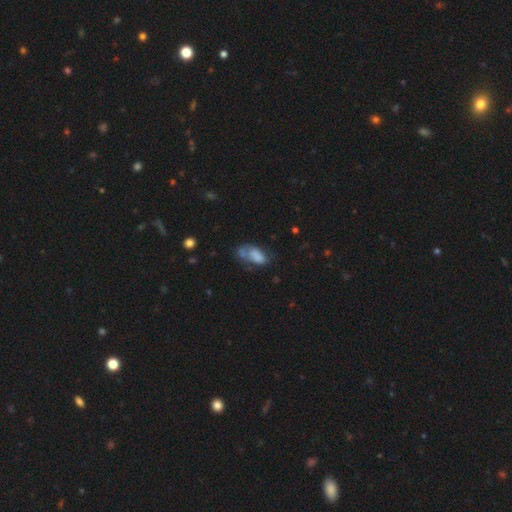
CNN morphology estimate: This appears to be a smooth galaxy with no disk features (67%) that is in between round and cigar-shaped (90%). Merging: none (30%).